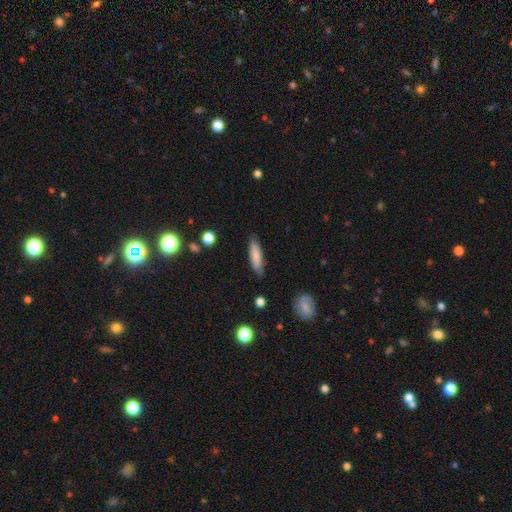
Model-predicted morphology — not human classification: This appears to be a smooth galaxy with no disk features (82%) that is cigar-shaped (68%). Merging: none (84%).